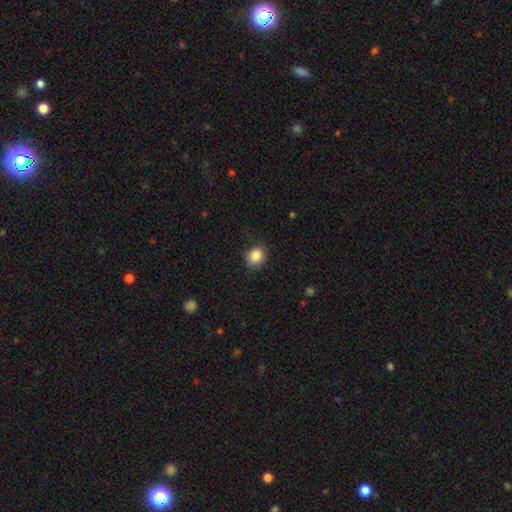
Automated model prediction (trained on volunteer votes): Overall: smooth (86%). How rounded: round (64%; in between 36%). Merging: none (79%).